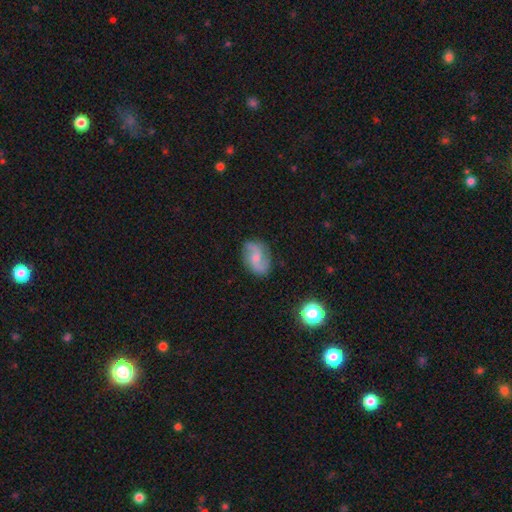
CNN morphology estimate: Smooth or featured: featured or disk — 68% (smooth — 24%)
Edge-on disk: no — 97% (yes — 3%)
Bar: no — 48% (weak — 44%)
Spiral arms: yes — 93% (no — 7%)
Spiral winding: loose — 52% (medium — 38%)
Spiral arm count: 2 — 87% (can't tell — 6%)
Bulge size: small — 41% (moderate — 36%)
Merging: none — 75% (minor disturbance — 17%)